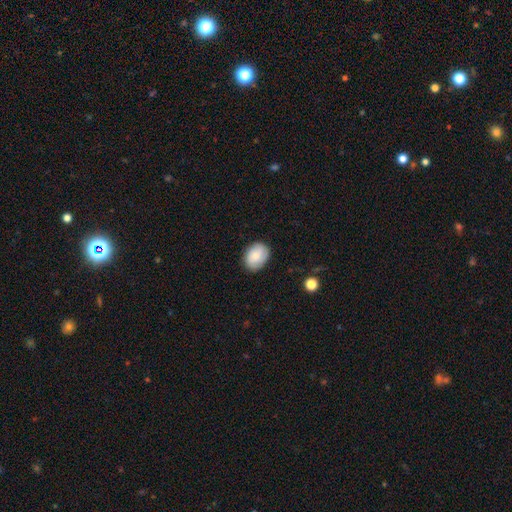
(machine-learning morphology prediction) Smooth or featured: smooth — 77% (featured or disk — 16%)
How rounded: in between — 70% (round — 29%)
Merging: none — 82% (minor disturbance — 14%)